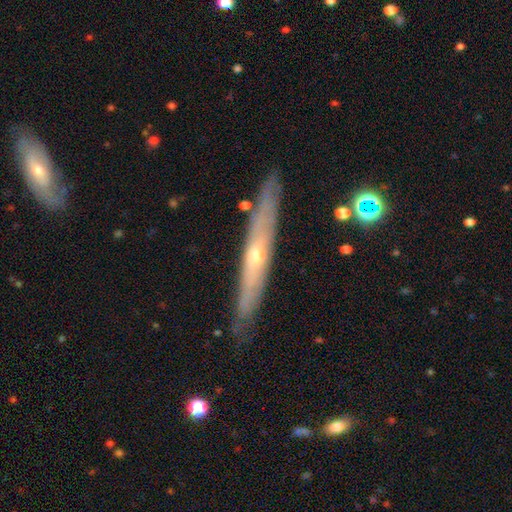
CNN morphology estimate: type=featured or disk (72%); edge-on=yes (84%); edge-on bulge=rounded (71%); merging=none (85%).